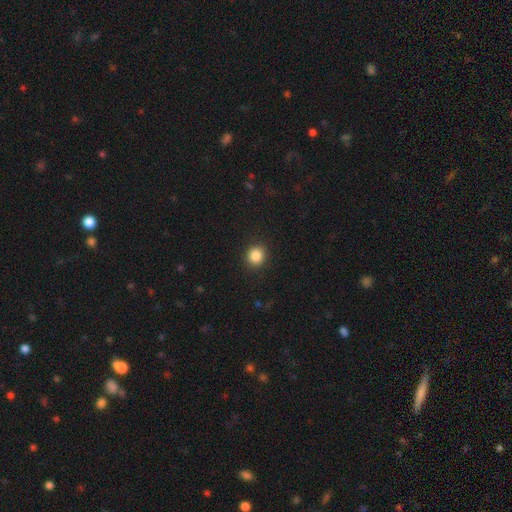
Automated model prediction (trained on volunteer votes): smooth 86%, star or artifact 10%, featured or disk 4%. Down the decision tree: how rounded — round (89%); merging — none (92%).